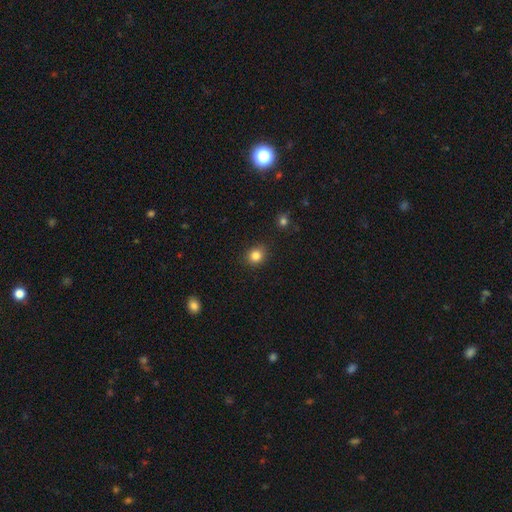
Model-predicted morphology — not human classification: Smooth or featured? smooth (83%)
How rounded? round (74%)
Merging? none (87%)